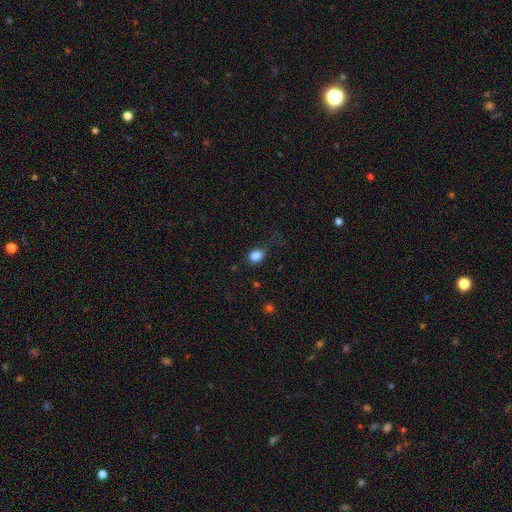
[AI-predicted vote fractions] Smooth or featured?
  - smooth: 85% *
  - star or artifact: 11%
  - featured or disk: 4%
How rounded?
  - round: 51% *
  - in between: 48%
  - cigar-shaped: 1%
Merging?
  - none: 64% *
  - minor disturbance: 23%
  - major disturbance: 11%
  - merger: 2%